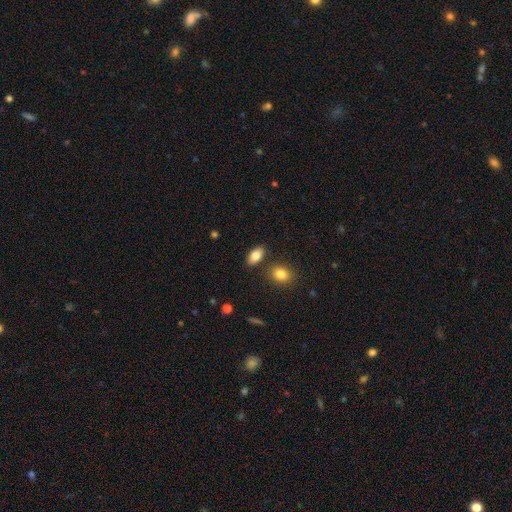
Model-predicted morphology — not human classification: A smooth galaxy with no disk features (83%) that is in between round and cigar-shaped (91%).

Vote fractions:
- Smooth or featured? smooth: 83% / featured or disk: 9% / star or artifact: 8%
- How rounded? in between: 91% / round: 6% / cigar-shaped: 4%
- Merging? none: 82% / minor disturbance: 10% / merger: 6% / major disturbance: 2%